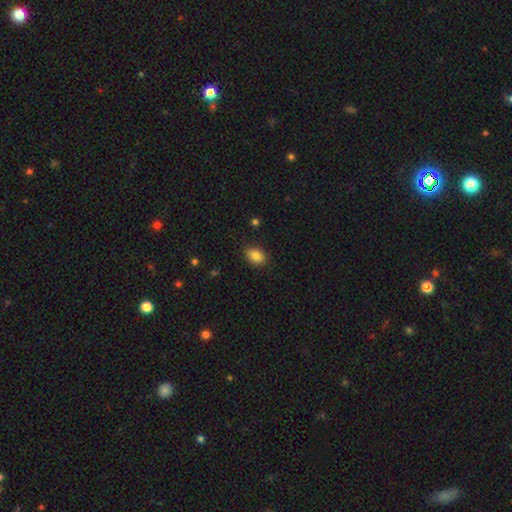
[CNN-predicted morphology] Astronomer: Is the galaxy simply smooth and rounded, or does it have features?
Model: smooth — 86%.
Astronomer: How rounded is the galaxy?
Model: in between — 80%.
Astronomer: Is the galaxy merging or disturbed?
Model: none — 87%.